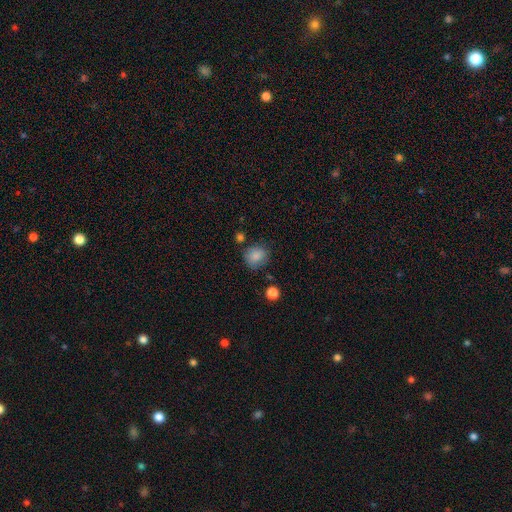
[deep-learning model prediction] Overall: smooth (85%). How rounded: round (74%). Merging: none (74%).